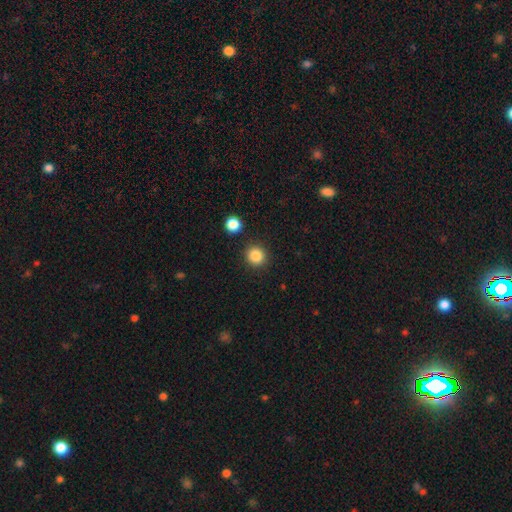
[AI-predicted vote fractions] Q: Smooth or featured?
A: smooth (86%); runner-up: star or artifact (10%)
Q: How rounded?
A: round (92%); runner-up: in between (8%)
Q: Merging?
A: none (89%); runner-up: minor disturbance (6%)